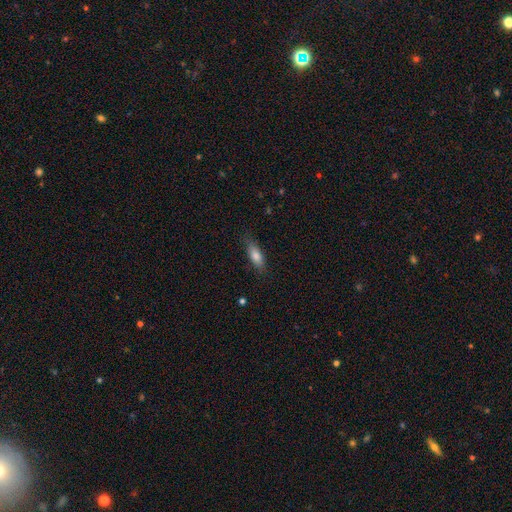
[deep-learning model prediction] Q: Smooth or featured?
A: smooth (77%); runner-up: featured or disk (16%)
Q: How rounded?
A: in between (60%); runner-up: cigar-shaped (37%)
Q: Merging?
A: none (79%); runner-up: minor disturbance (16%)